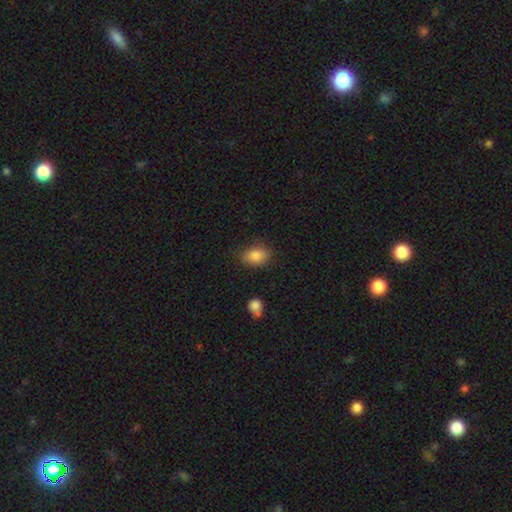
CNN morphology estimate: Overall: smooth (84%). How rounded: in between (79%). Merging: none (76%).